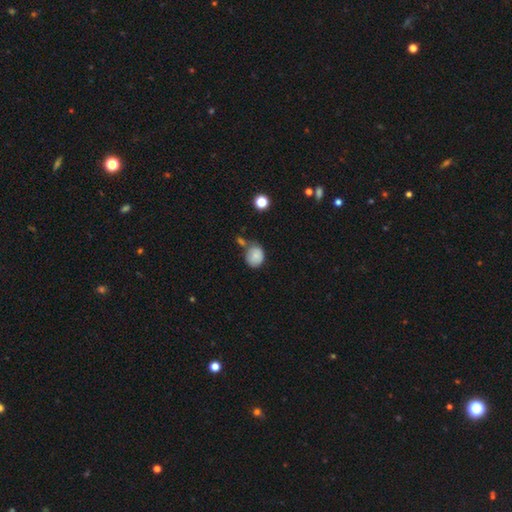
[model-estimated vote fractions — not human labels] smooth_or_featured: smooth (p=0.80) [alt: featured or disk p=0.11]
how_rounded: round (p=0.61) [alt: in between p=0.38]
merging: none (p=0.52) [alt: minor disturbance p=0.24]